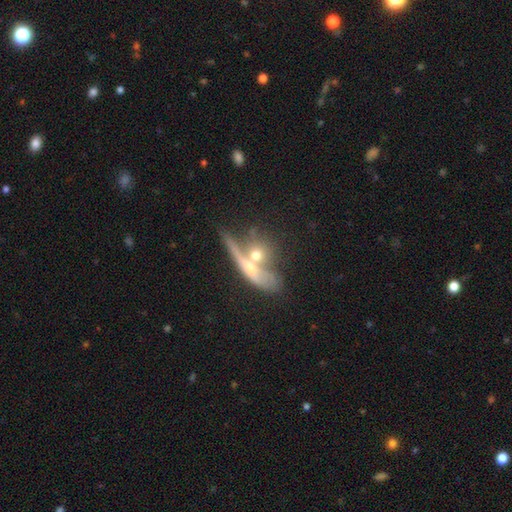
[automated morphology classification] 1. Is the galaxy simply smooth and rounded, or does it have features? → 52% smooth, 38% featured or disk, 10% star or artifact.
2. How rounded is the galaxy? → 46% round, 30% in between, 24% cigar-shaped.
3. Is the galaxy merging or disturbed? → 50% merger, 29% none, 11% minor disturbance, 10% major disturbance.